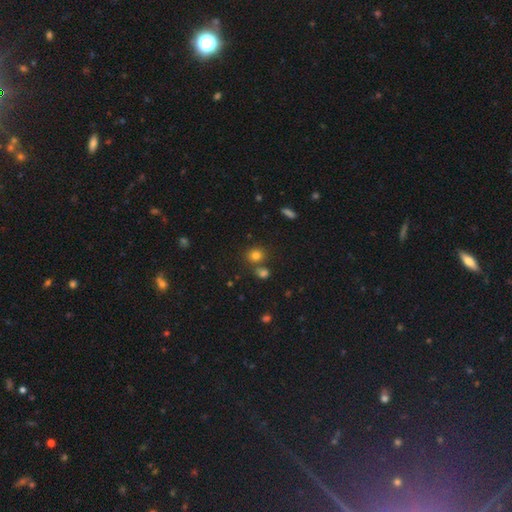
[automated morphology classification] Smooth or featured: smooth — 78% (star or artifact — 15%)
How rounded: round — 77% (in between — 22%)
Merging: none — 66% (merger — 22%)